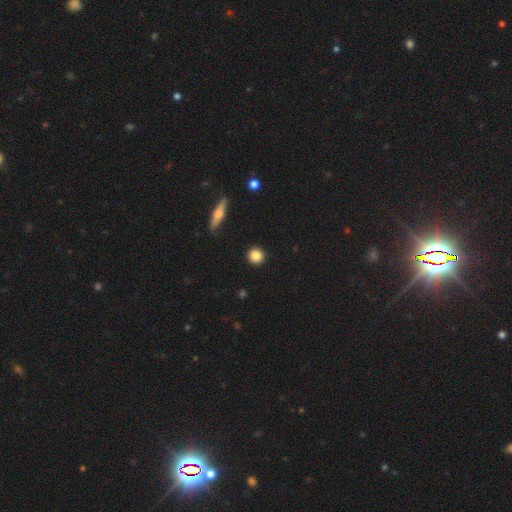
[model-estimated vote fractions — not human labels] Smooth or featured? smooth (85%)
How rounded? round (93%)
Merging? none (93%)